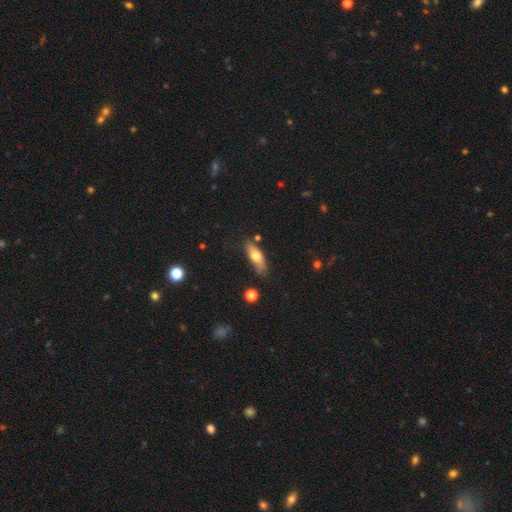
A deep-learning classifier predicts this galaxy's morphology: Smooth or featured? smooth (63%)
How rounded? in between (60%)
Merging? none (66%)